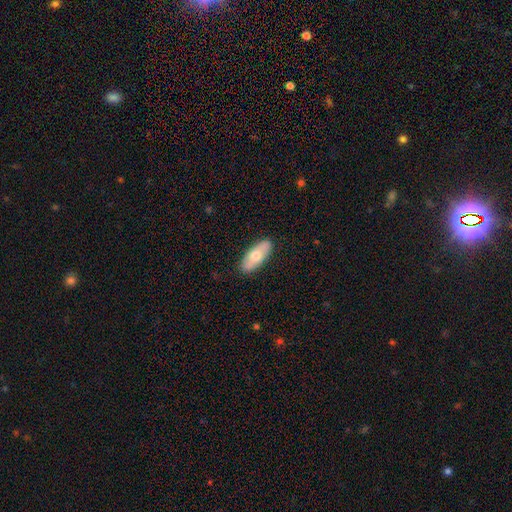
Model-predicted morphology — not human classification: The model was most divided on "smooth or featured": smooth: 67%, featured or disk: 27%, star or artifact: 6%. More confident: merging — none (88%); how rounded — in between (83%).